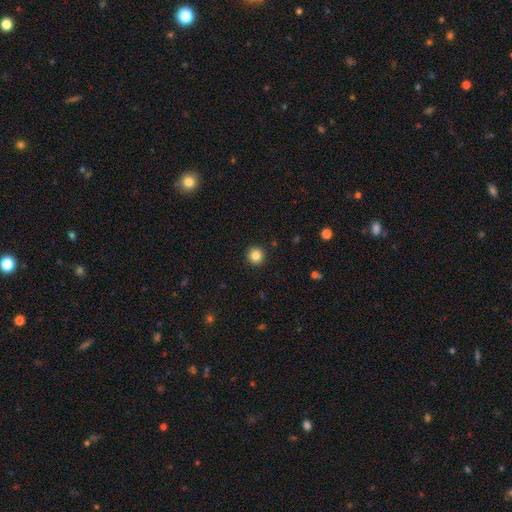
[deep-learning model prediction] This is clearly a smooth galaxy (85%). How rounded: clearly round (95%). Merging: clearly none (93%).